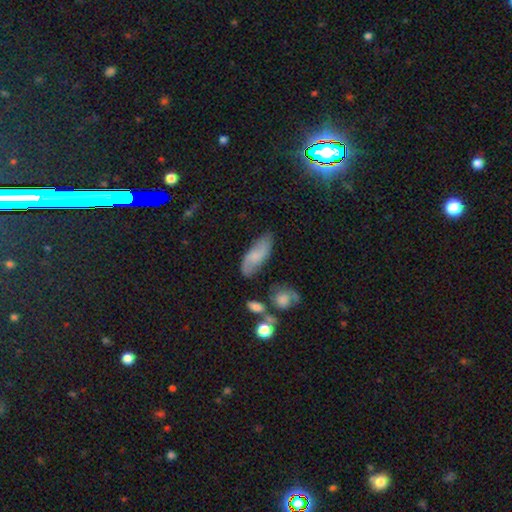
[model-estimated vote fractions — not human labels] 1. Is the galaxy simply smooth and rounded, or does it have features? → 56% smooth, 35% featured or disk, 8% star or artifact.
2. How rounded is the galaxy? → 75% in between, 21% cigar-shaped, 3% round.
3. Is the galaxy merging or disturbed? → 70% none, 21% minor disturbance, 5% major disturbance, 4% merger.